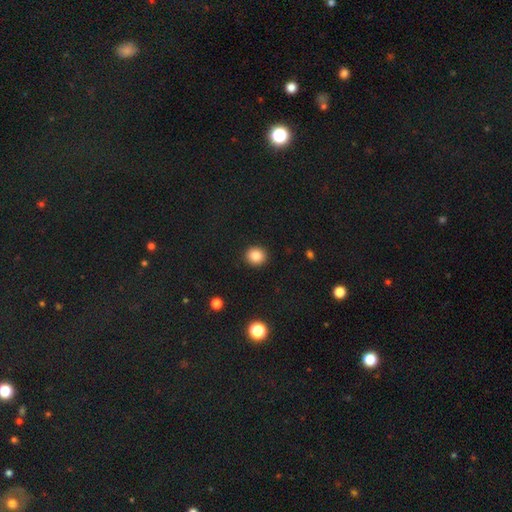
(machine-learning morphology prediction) Smooth or featured? smooth (85%)
How rounded? round (87%)
Merging? none (92%)